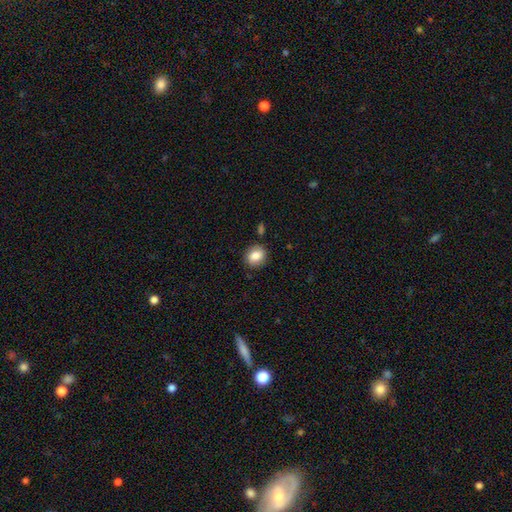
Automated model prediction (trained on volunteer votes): smooth 82%, featured or disk 9%, star or artifact 8%. Down the decision tree: how rounded — round (70%); merging — none (84%).